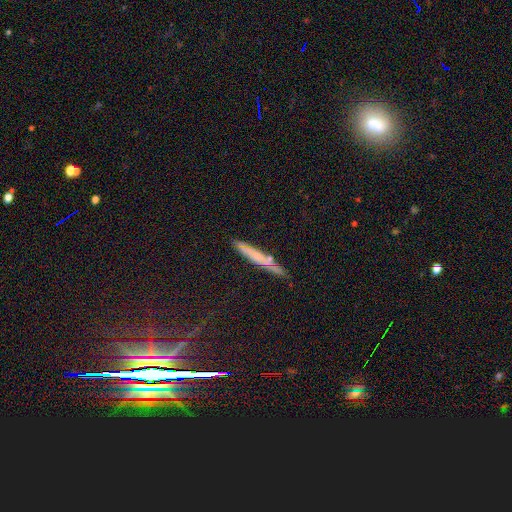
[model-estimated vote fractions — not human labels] Smooth or featured? smooth (50%)
Merging? none (73%)